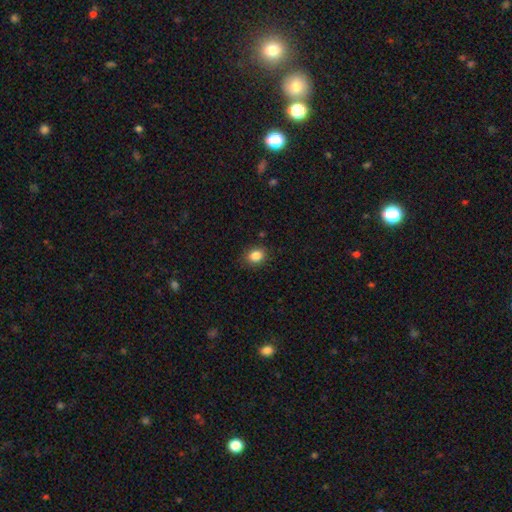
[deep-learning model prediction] smooth_or_featured: smooth (p=0.86) [alt: star or artifact p=0.10]
how_rounded: in between (p=0.52) [alt: round p=0.47]
merging: none (p=0.85) [alt: minor disturbance p=0.11]